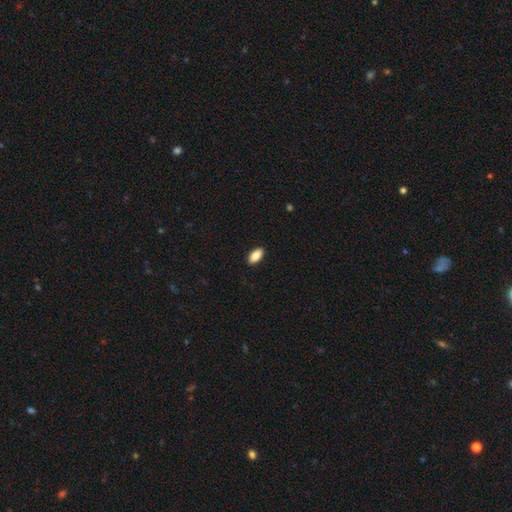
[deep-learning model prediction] Smooth or featured: smooth — 89% (star or artifact — 7%)
How rounded: in between — 92% (cigar-shaped — 6%)
Merging: none — 90% (minor disturbance — 7%)